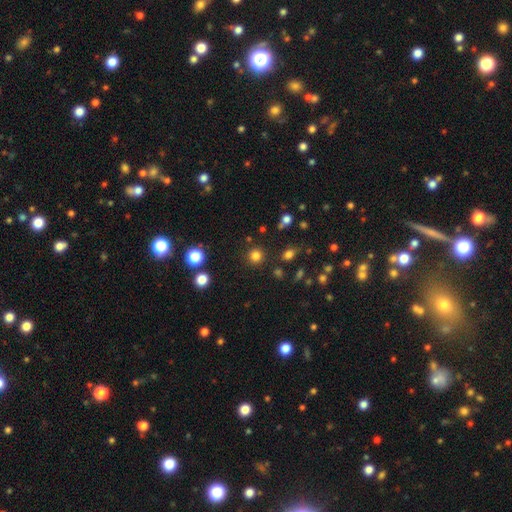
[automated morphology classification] type=smooth (80%); roundness=round (94%); merging=none (89%).